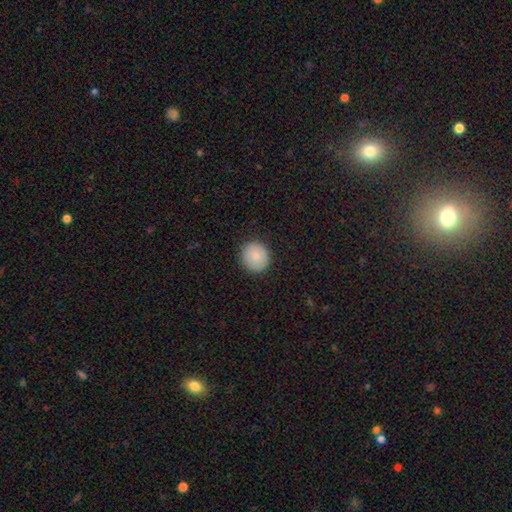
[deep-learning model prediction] A smooth galaxy with no disk features (87%) that is round (87%). Merging: none (89%).